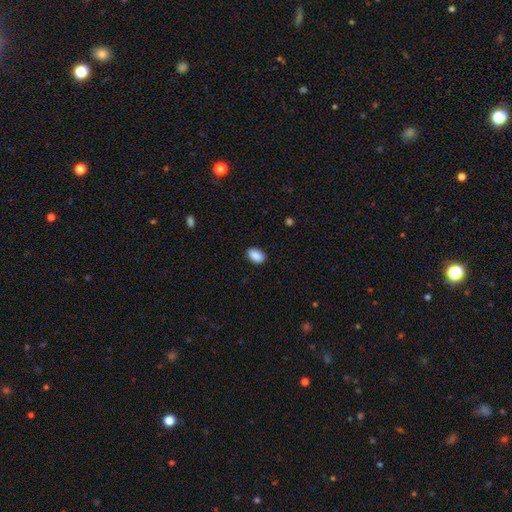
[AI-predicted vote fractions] Smooth or featured: smooth — 89% (star or artifact — 7%)
How rounded: in between — 89% (round — 10%)
Merging: none — 88% (minor disturbance — 9%)